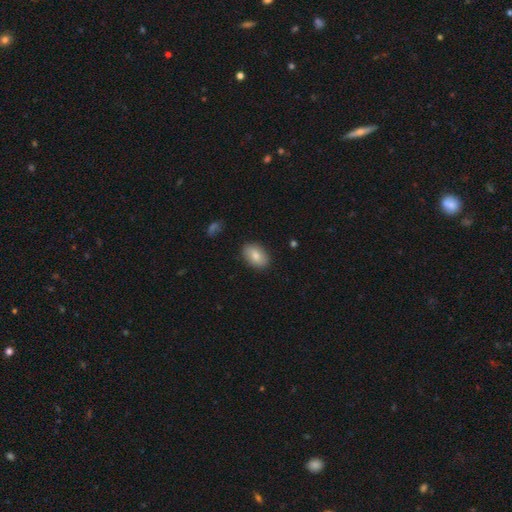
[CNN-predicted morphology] smooth-or-featured: smooth: 80% | featured or disk: 13% | star or artifact: 7%
  how-rounded: in between: 89% | round: 10% | cigar-shaped: 1%
  merging: none: 87% | minor disturbance: 10% | major disturbance: 2% | merger: 1%